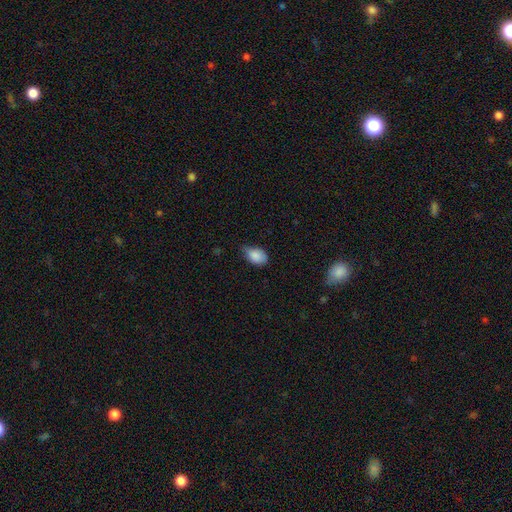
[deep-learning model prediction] This appears to be a smooth galaxy with no disk features (87%) that is in between round and cigar-shaped (87%). Merging: none (46%).